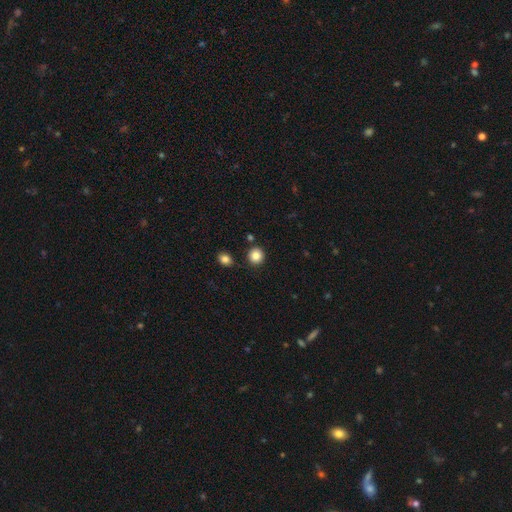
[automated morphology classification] type=smooth (86%); roundness=round (90%); merging=none (87%).